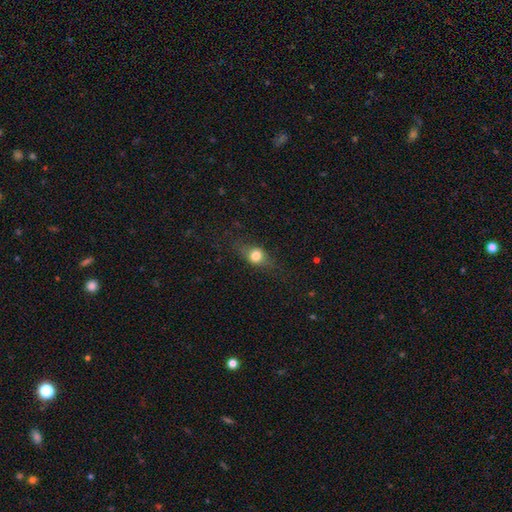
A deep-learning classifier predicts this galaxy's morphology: A smooth galaxy with no disk features (66%) that is round (49%).

Vote fractions:
- Smooth or featured? smooth: 66% / featured or disk: 22% / star or artifact: 12%
- How rounded? round: 49% / in between: 44% / cigar-shaped: 7%
- Merging? none: 74% / minor disturbance: 18% / major disturbance: 7% / merger: 1%